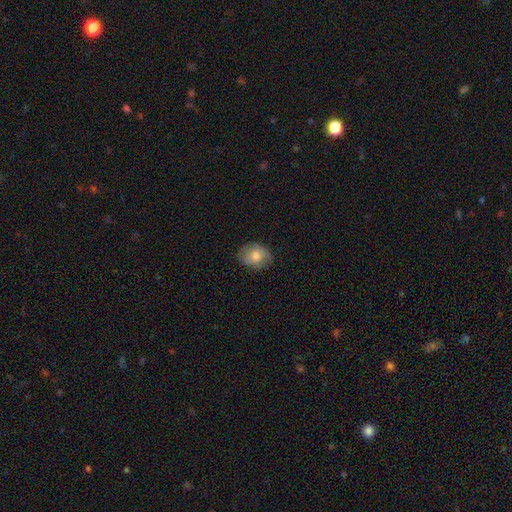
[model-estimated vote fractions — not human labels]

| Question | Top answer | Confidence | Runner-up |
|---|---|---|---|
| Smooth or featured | smooth | 75% | featured or disk (17%) |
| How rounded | in between | 54% | round (45%) |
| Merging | none | 83% | minor disturbance (13%) |